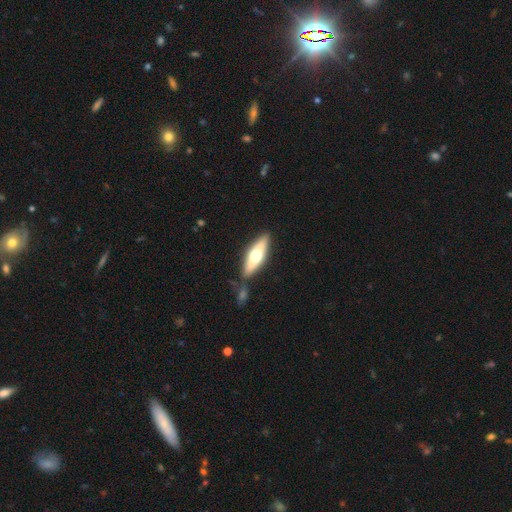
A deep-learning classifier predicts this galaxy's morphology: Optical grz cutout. It shows a smooth galaxy with no disk features (50%) that is in between round and cigar-shaped (50%). Merging: none (75%).